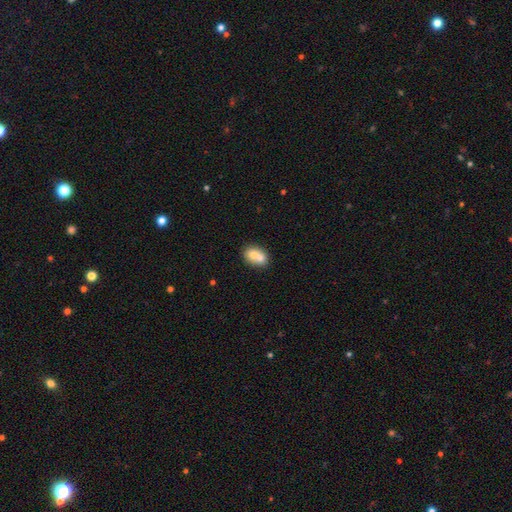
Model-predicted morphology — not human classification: Smooth or featured? smooth (69%)
How rounded? in between (65%)
Merging? merger (55%)